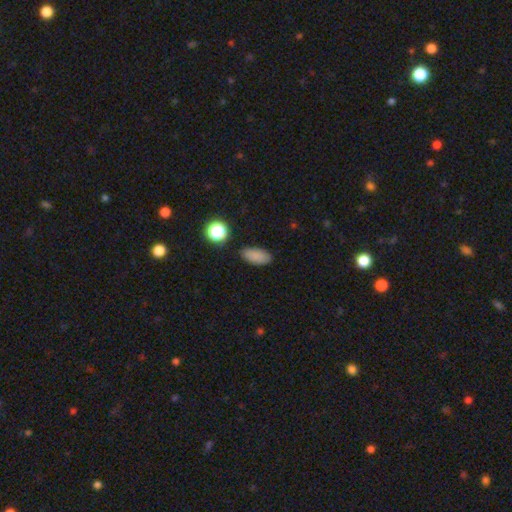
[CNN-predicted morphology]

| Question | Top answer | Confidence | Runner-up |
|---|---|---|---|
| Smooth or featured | smooth | 84% | star or artifact (11%) |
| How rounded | in between | 88% | cigar-shaped (7%) |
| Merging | none | 85% | minor disturbance (10%) |